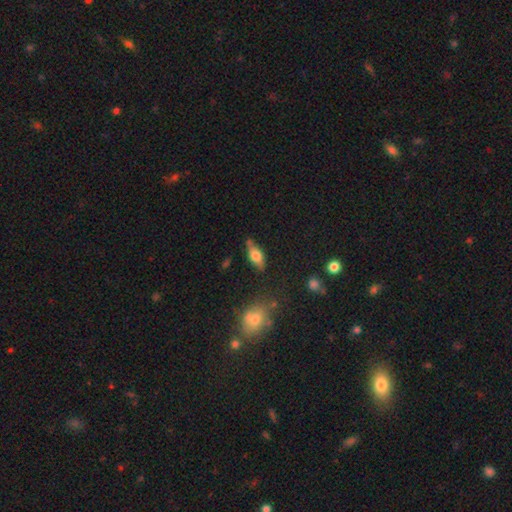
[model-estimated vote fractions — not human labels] This appears to be a smooth galaxy with no disk features (59%) that is in between round and cigar-shaped (73%). Merging: none (71%).